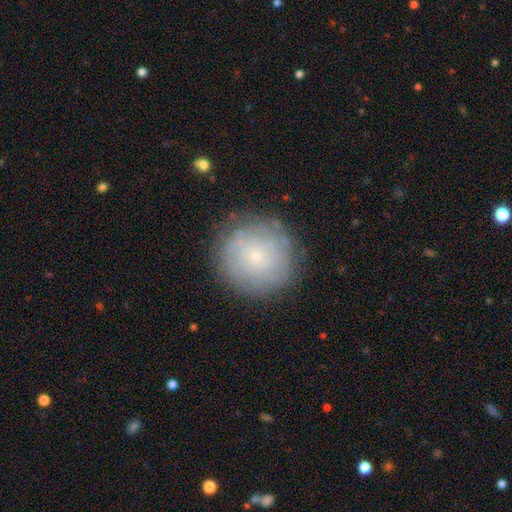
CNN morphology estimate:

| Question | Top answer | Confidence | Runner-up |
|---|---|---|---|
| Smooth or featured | featured or disk | 47% | smooth (43%) |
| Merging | none | 83% | minor disturbance (12%) |